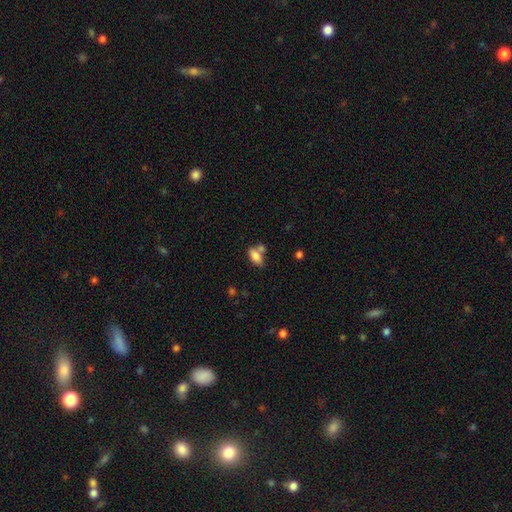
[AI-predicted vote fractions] Smooth or featured? Predicted: smooth (p=0.80). How rounded? Predicted: in between (p=0.88). Merging? Predicted: none (p=0.45).